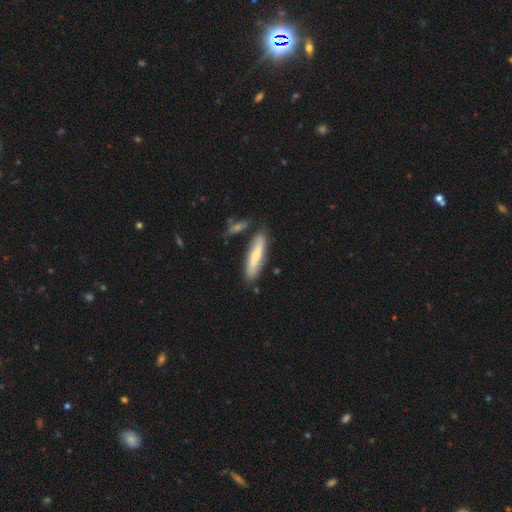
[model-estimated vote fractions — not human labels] smooth_or_featured: smooth (p=0.56) [alt: featured or disk p=0.39]
how_rounded: cigar-shaped (p=0.74) [alt: in between p=0.24]
merging: none (p=0.78) [alt: minor disturbance p=0.13]